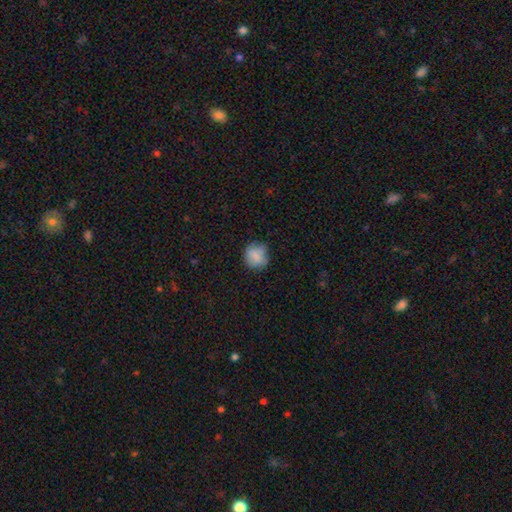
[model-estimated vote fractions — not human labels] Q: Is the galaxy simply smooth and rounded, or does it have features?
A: smooth — 84%.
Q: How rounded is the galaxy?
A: round — 87%.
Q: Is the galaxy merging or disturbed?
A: none — 74%.